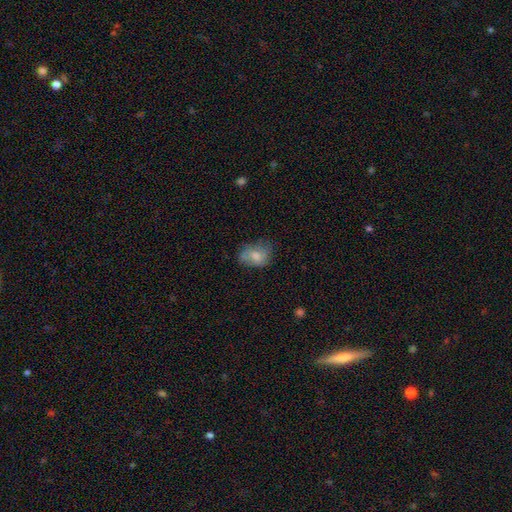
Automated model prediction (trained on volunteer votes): smooth 71%, featured or disk 21%, star or artifact 9%. Down the decision tree: how rounded — in between (68%); merging — none (55%).